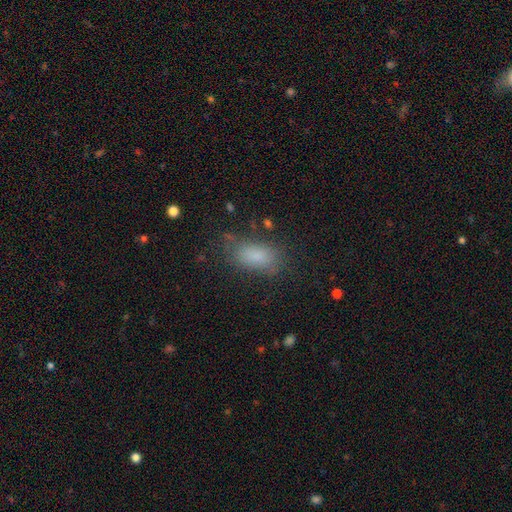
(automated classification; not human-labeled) smooth_or_featured: smooth (p=0.82) [alt: star or artifact p=0.10]
how_rounded: in between (p=0.90) [alt: cigar-shaped p=0.05]
merging: none (p=0.72) [alt: minor disturbance p=0.18]